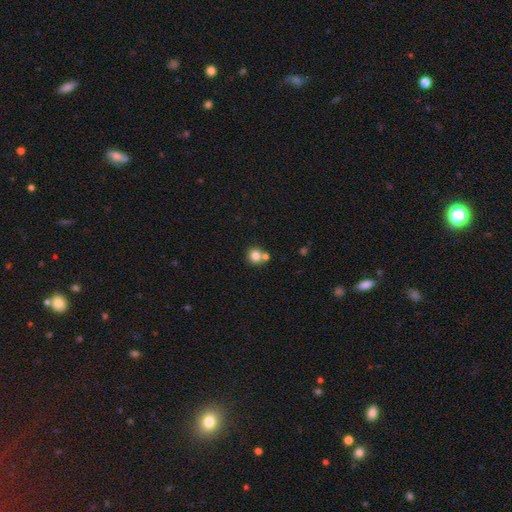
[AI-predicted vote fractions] This appears to be a smooth galaxy with no disk features (80%) that is round (91%). Merging: none (60%).